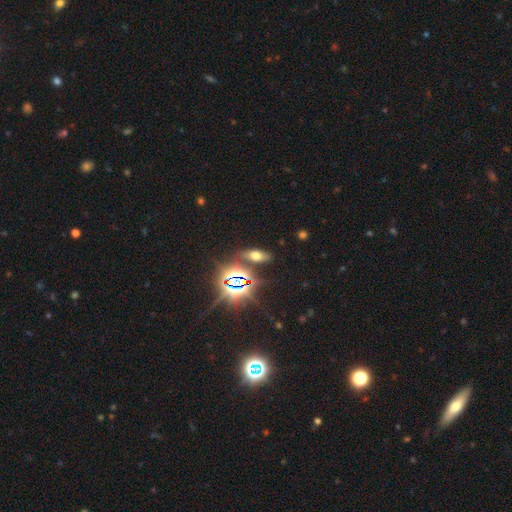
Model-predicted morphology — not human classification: Q: Smooth or featured?
A: smooth (46%); runner-up: star or artifact (38%)
Q: Merging?
A: none (80%); runner-up: minor disturbance (11%)